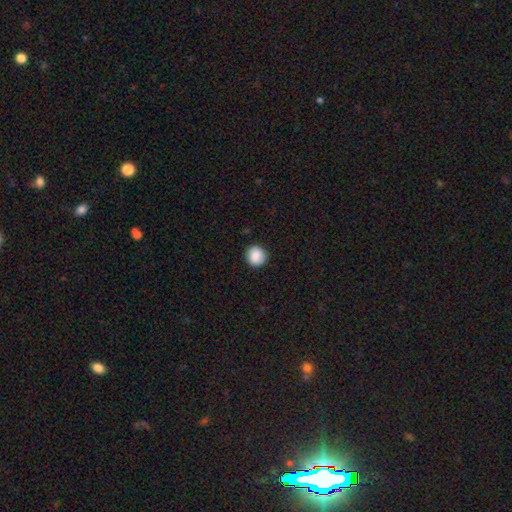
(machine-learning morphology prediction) Smooth or featured?
  - smooth: 88% *
  - star or artifact: 8%
  - featured or disk: 4%
How rounded?
  - round: 91% *
  - in between: 8%
  - cigar-shaped: 1%
Merging?
  - none: 89% *
  - minor disturbance: 8%
  - major disturbance: 2%
  - merger: 1%